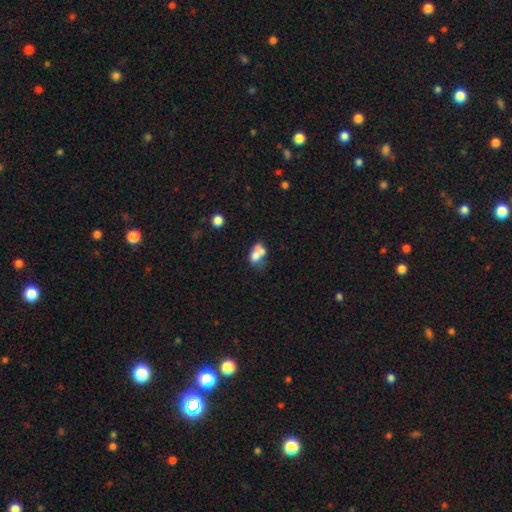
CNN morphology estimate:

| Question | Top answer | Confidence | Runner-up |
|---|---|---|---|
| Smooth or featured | smooth | 64% | featured or disk (26%) |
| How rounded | in between | 70% | round (28%) |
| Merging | merger | 55% | none (22%) |